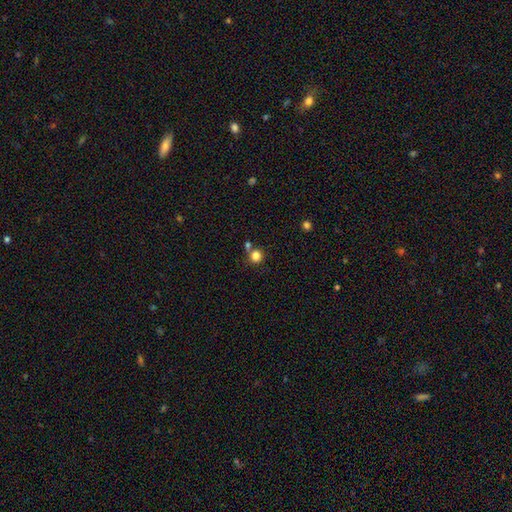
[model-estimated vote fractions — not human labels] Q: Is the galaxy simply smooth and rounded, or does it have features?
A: smooth — 83%.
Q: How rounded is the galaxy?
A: round — 88%.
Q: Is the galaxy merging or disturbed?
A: none — 67%.